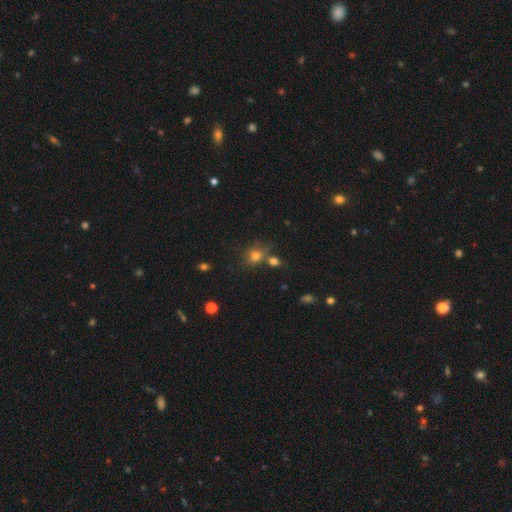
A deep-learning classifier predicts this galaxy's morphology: Smooth or featured? smooth (75%)
How rounded? round (62%)
Merging? none (60%)